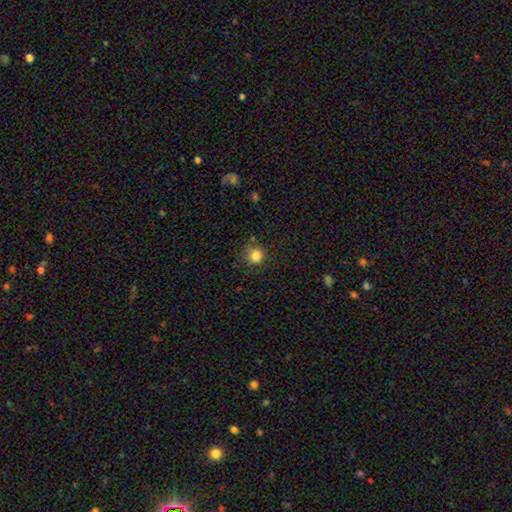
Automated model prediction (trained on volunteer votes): Smooth or featured: smooth — 84% (star or artifact — 11%)
How rounded: round — 92% (in between — 7%)
Merging: none — 79% (minor disturbance — 14%)